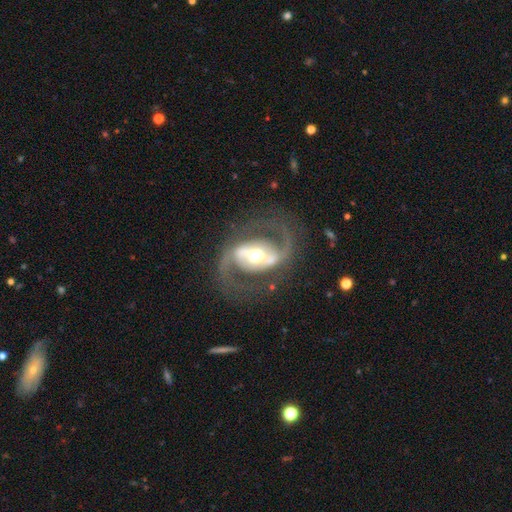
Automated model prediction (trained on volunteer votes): Smooth or featured: featured or disk — 90% (smooth — 6%)
Edge-on disk: no — 97% (yes — 3%)
Bar: strong — 50% (weak — 29%)
Spiral arms: yes — 94% (no — 6%)
Spiral winding: medium — 55% (loose — 32%)
Spiral arm count: 2 — 93% (can't tell — 2%)
Bulge size: moderate — 67% (large — 17%)
Merging: none — 76% (minor disturbance — 12%)